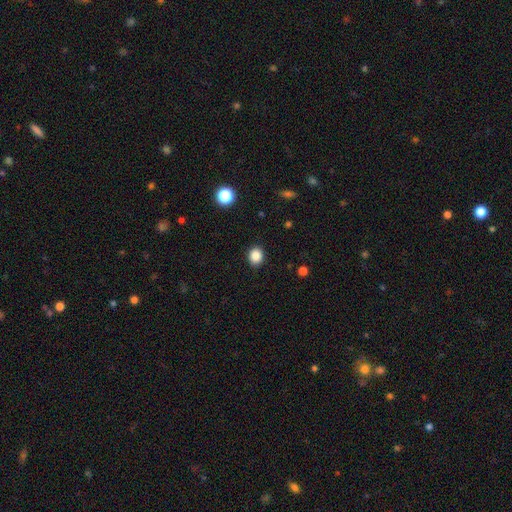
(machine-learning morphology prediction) The model was most divided on "how rounded": round: 67%, in between: 32%, cigar-shaped: 1%. More confident: merging — none (90%); smooth or featured — smooth (86%).